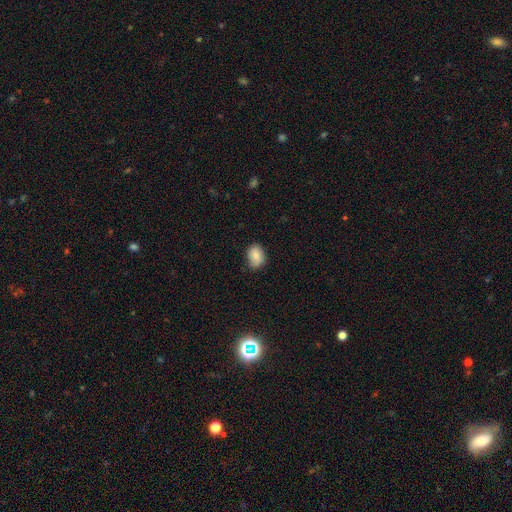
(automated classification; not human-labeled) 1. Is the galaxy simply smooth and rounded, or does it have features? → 82% smooth, 11% featured or disk, 8% star or artifact.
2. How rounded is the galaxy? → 73% in between, 26% round, 1% cigar-shaped.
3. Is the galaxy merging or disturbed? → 72% none, 23% minor disturbance, 4% major disturbance, 1% merger.